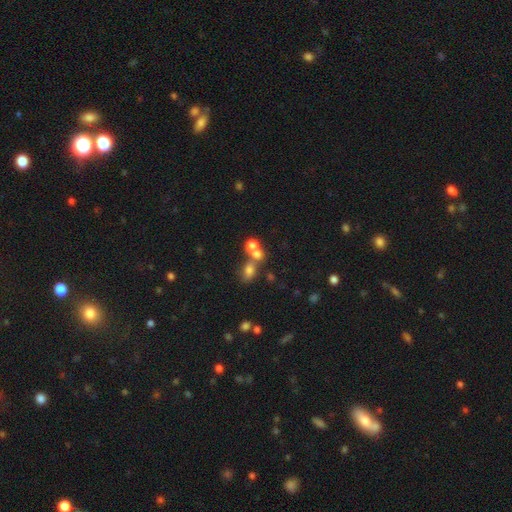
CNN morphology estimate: Smooth or featured: smooth — 52% (star or artifact — 31%)
How rounded: round — 61% (in between — 35%)
Merging: none — 44% (tied with merger — 44%)